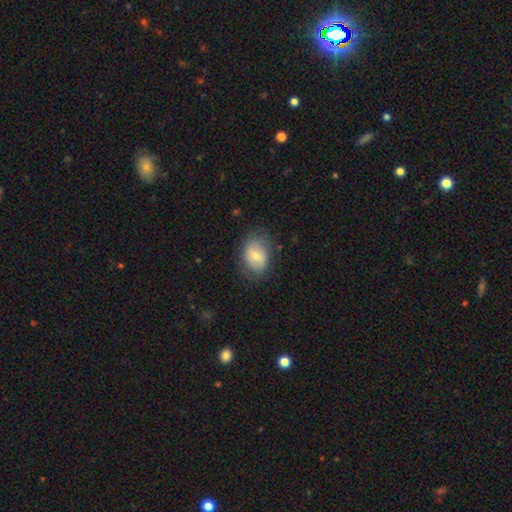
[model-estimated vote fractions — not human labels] A smooth galaxy with no disk features (65%) that is in between round and cigar-shaped (72%). Merging: none (72%).